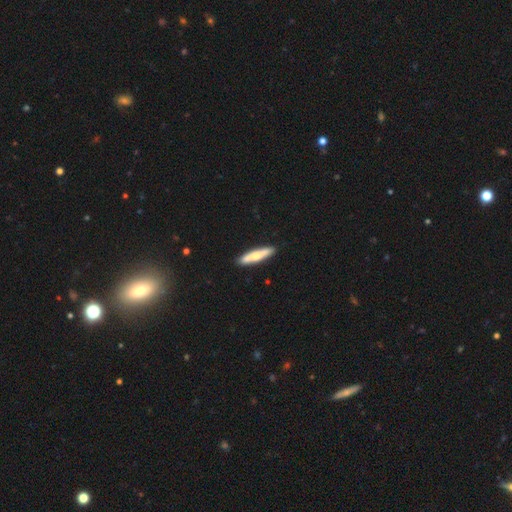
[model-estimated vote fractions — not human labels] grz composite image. It shows a smooth galaxy with no disk features (61%) that is cigar-shaped (86%). Merging: none (89%).